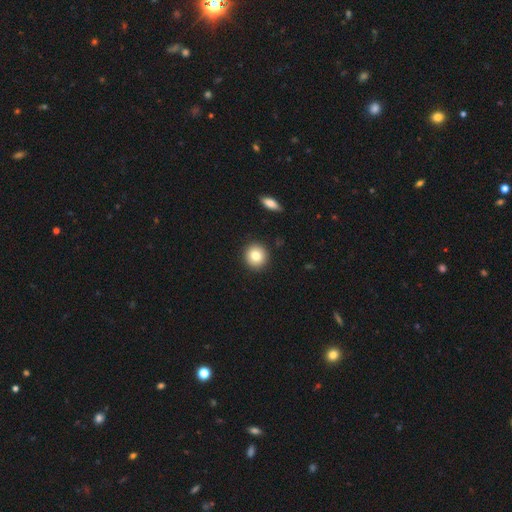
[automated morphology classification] Smooth or featured? smooth (81%)
How rounded? round (92%)
Merging? none (91%)